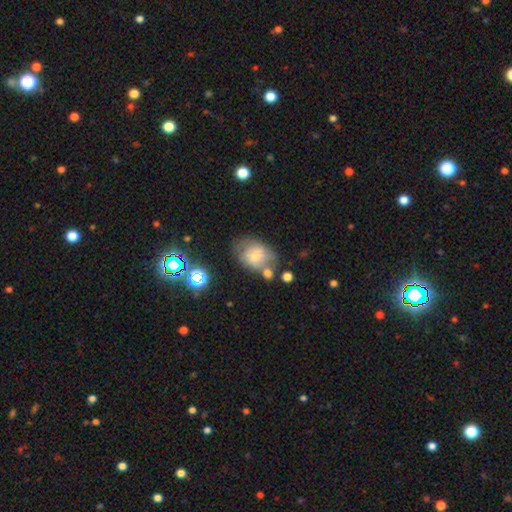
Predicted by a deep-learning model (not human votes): A smooth galaxy with no disk features (56%) that is in between round and cigar-shaped (55%). Merging: none (44%).